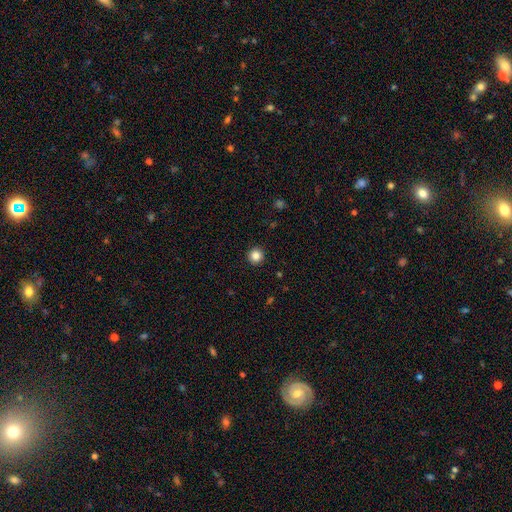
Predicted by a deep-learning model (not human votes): Overall: smooth (85%). How rounded: round (96%). Merging: none (93%).